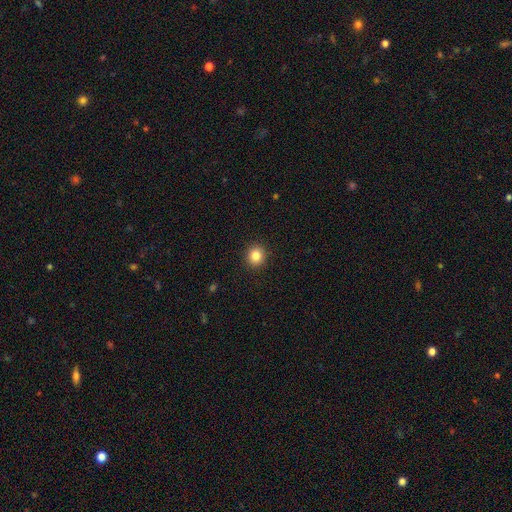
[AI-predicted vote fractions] A smooth galaxy with no disk features (84%) that is round (87%).

Vote fractions:
- Smooth or featured? smooth: 84% / star or artifact: 11% / featured or disk: 5%
- How rounded? round: 87% / in between: 12% / cigar-shaped: 1%
- Merging? none: 92% / minor disturbance: 5% / major disturbance: 2% / merger: 1%